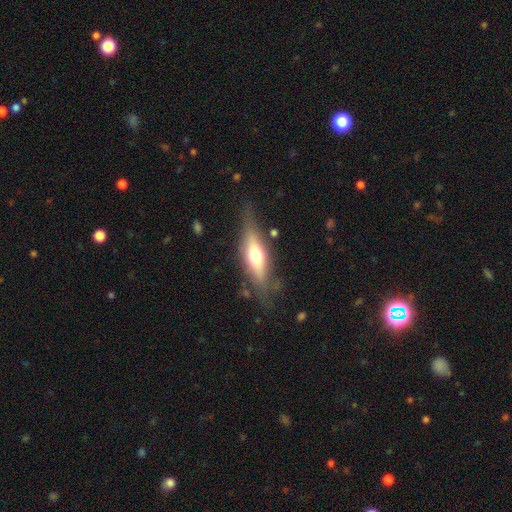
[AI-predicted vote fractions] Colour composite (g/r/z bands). It shows a featured or disk galaxy (49%). Merging: none (71%).